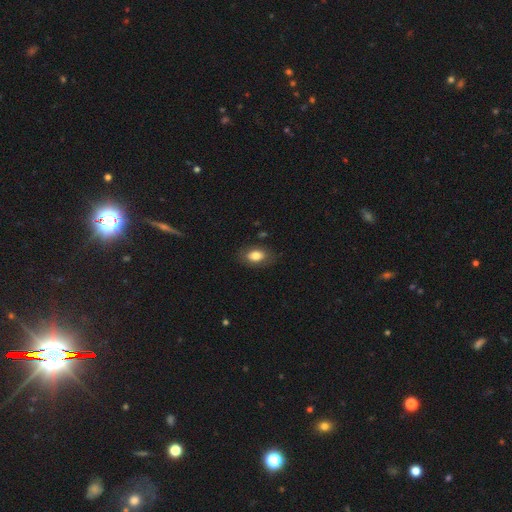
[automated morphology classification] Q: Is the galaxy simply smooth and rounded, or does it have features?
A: smooth — 79%.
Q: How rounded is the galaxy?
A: in between — 86%.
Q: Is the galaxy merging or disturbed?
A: none — 81%.